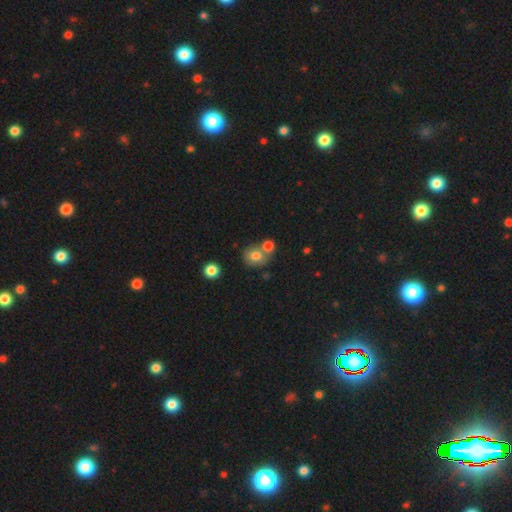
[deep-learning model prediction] Smooth or featured?
  - smooth: 77% *
  - featured or disk: 13%
  - star or artifact: 11%
How rounded?
  - round: 74% *
  - in between: 25%
  - cigar-shaped: 1%
Merging?
  - none: 46% *
  - merger: 40%
  - minor disturbance: 10%
  - major disturbance: 4%